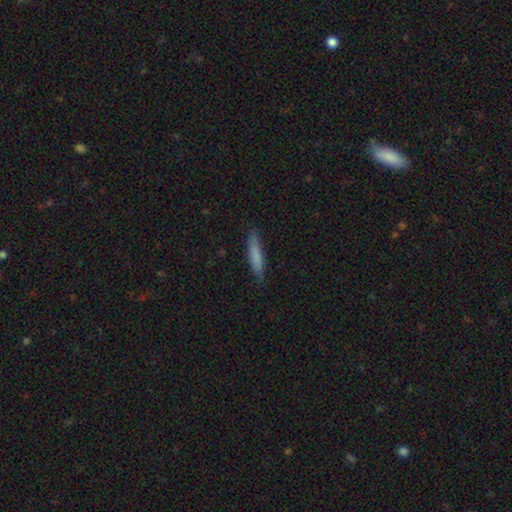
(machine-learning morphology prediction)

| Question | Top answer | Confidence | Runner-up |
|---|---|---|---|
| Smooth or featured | smooth | 78% | featured or disk (16%) |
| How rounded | cigar-shaped | 87% | in between (12%) |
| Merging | none | 85% | minor disturbance (12%) |